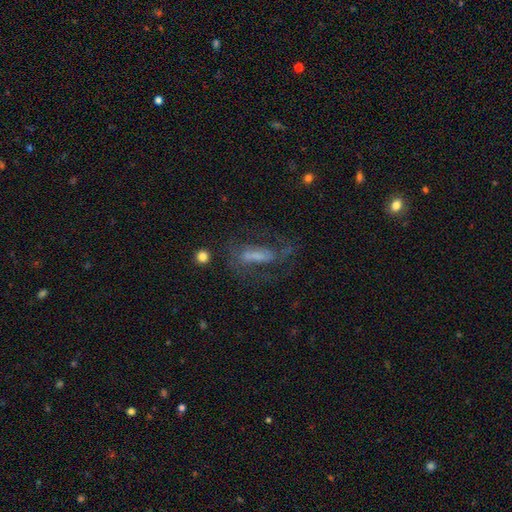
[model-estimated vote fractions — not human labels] Overall: featured or disk (57%; smooth 29%). Edge-on disk: no (86%). Merging: none (49%; major disturbance 29%).